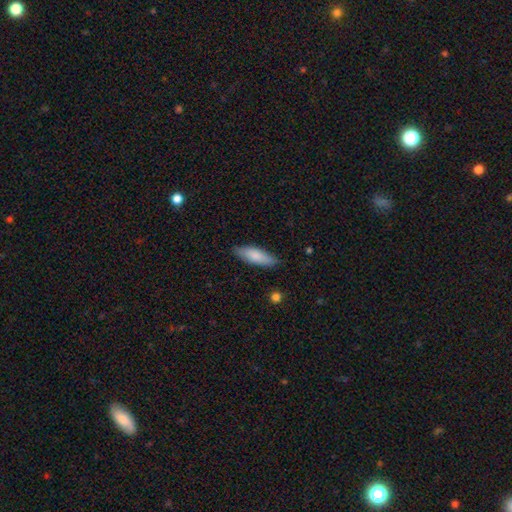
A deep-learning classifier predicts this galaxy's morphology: type=smooth (80%); roundness=in between (54%); merging=none (83%).